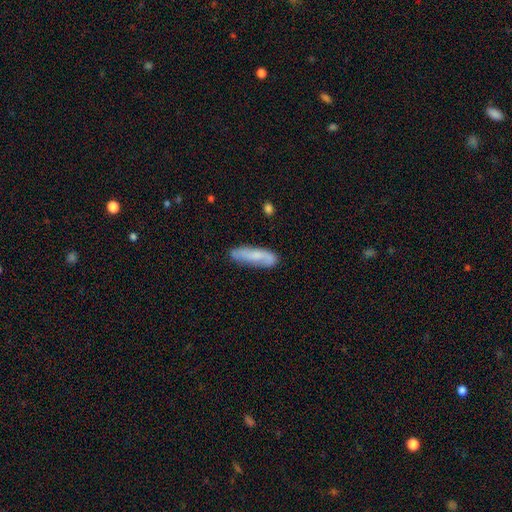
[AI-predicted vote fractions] Overall: smooth (59%; featured or disk 34%). How rounded: cigar-shaped (65%; in between 33%). Merging: none (75%).